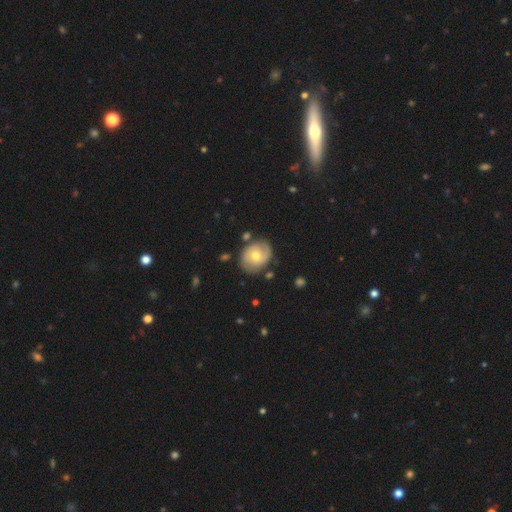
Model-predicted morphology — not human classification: The model was most divided on "smooth or featured": featured or disk: 61%, smooth: 32%, star or artifact: 6%. More confident: edge-on disk — no (97%); spiral arms — yes (81%); merging — none (79%); bar — no (70%); bulge size — moderate (67%).